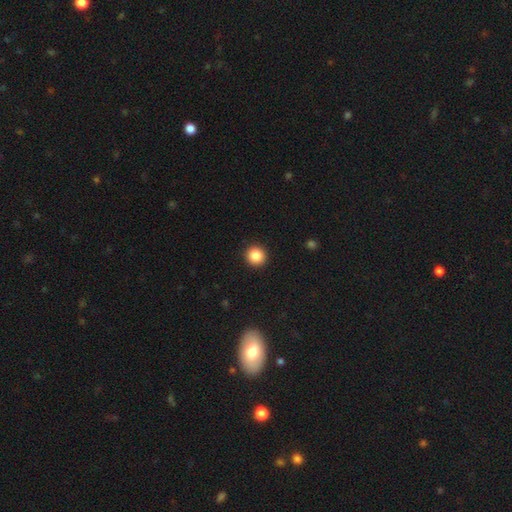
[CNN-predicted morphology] This is clearly a smooth galaxy (86%). How rounded: clearly round (95%). Merging: clearly none (93%).